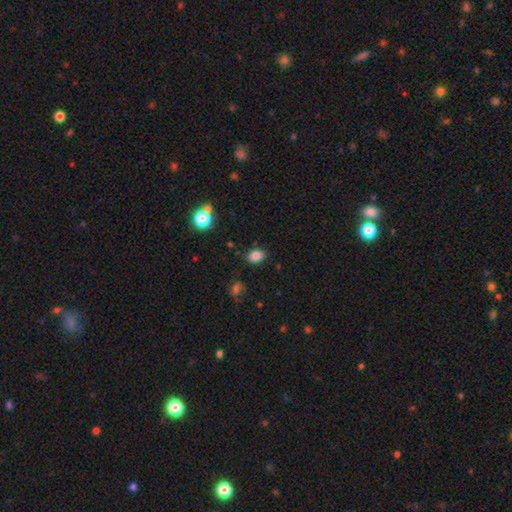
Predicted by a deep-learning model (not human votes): smooth_or_featured: smooth (p=0.84) [alt: star or artifact p=0.11]
how_rounded: in between (p=0.70) [alt: round p=0.29]
merging: none (p=0.84) [alt: minor disturbance p=0.11]